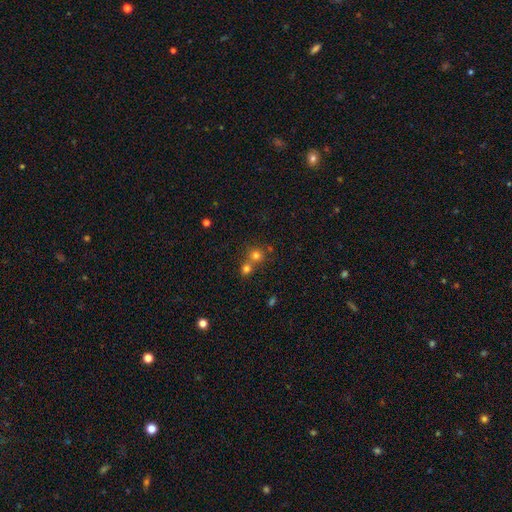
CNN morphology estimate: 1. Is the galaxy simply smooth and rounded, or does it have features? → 74% smooth, 17% star or artifact, 9% featured or disk.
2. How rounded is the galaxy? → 87% round, 12% in between, 1% cigar-shaped.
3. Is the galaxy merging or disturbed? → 49% none, 44% merger, 5% minor disturbance, 2% major disturbance.